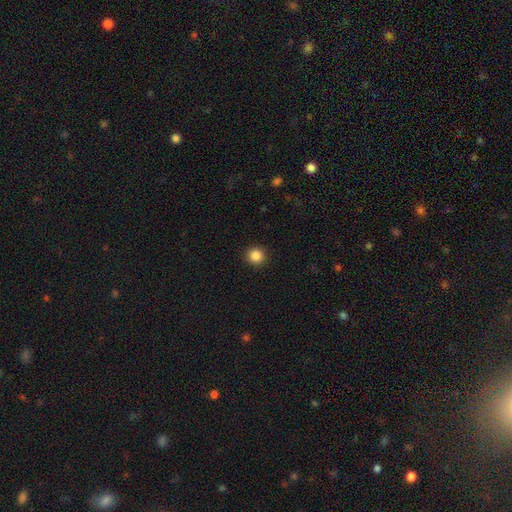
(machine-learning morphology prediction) Smooth or featured? smooth (86%)
How rounded? round (95%)
Merging? none (93%)